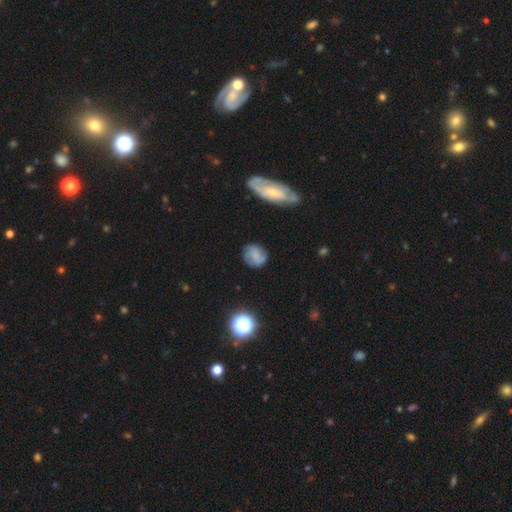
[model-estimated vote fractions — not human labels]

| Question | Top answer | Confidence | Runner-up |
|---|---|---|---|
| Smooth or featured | featured or disk | 51% | smooth (39%) |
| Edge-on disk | no | 96% | yes (4%) |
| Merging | none | 74% | minor disturbance (17%) |